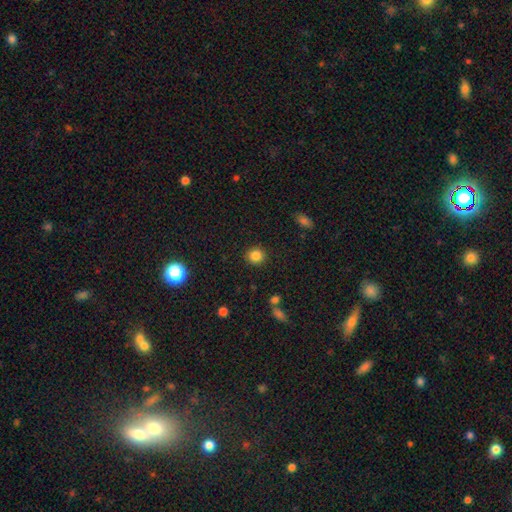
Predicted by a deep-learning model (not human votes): This is clearly a smooth galaxy (84%). How rounded: clearly round (89%). Merging: clearly none (90%).